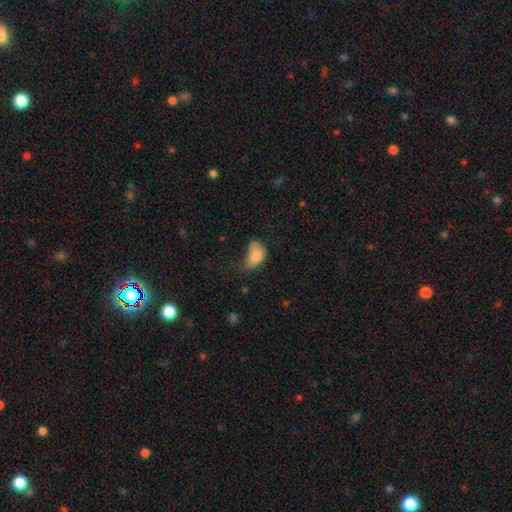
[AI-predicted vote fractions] This is likely a smooth galaxy (76%). How rounded: clearly in between (84%). Merging: marginally major disturbance (35%, tied with minor disturbance).